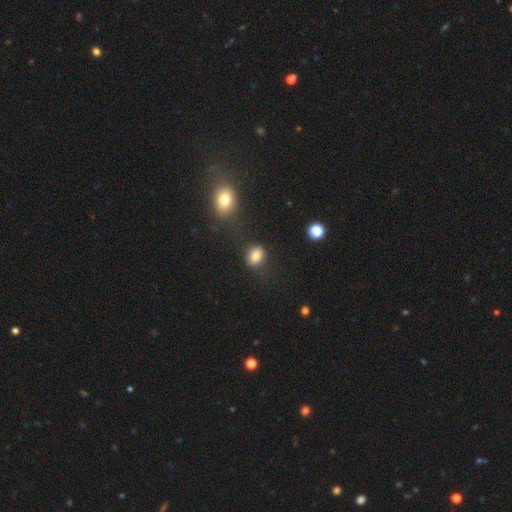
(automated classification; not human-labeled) Overall: smooth (82%). How rounded: in between (54%; round 45%). Merging: none (76%).